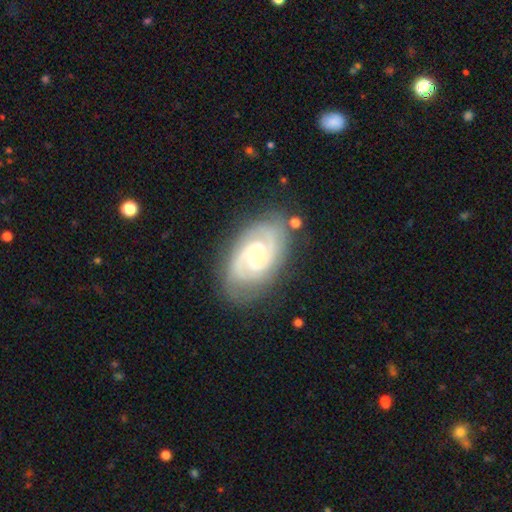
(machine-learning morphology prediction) Smooth or featured?
  - featured or disk: 90% *
  - smooth: 5%
  - star or artifact: 5%
Edge-on disk?
  - no: 97% *
  - yes: 3%
Bar?
  - no: 64% *
  - weak: 29%
  - strong: 7%
Spiral arms?
  - yes: 98% *
  - no: 2%
Spiral winding?
  - tight: 70% *
  - medium: 27%
  - loose: 3%
Spiral arm count?
  - 2: 69% *
  - 3: 17%
  - can't tell: 7%
  - 4: 3%
  - 1: 2%
  - more than 4: 2%
Bulge size?
  - small: 59% *
  - moderate: 37%
  - large: 2%
  - none: 1%
  - dominant: 1%
Merging?
  - none: 80% *
  - minor disturbance: 15%
  - major disturbance: 4%
  - merger: 2%